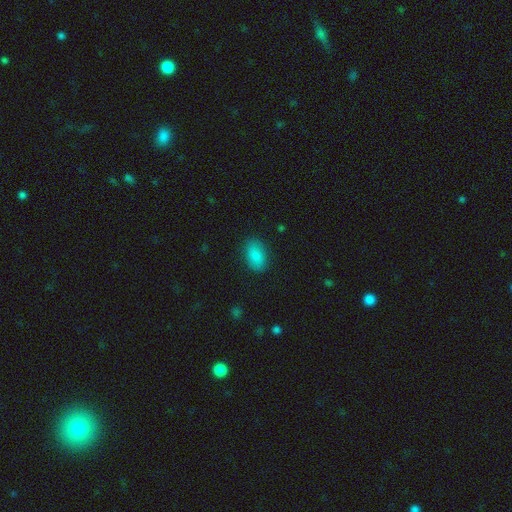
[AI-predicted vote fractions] Q: Smooth or featured?
A: smooth (84%); runner-up: star or artifact (8%)
Q: How rounded?
A: in between (89%); runner-up: round (9%)
Q: Merging?
A: none (84%); runner-up: minor disturbance (12%)